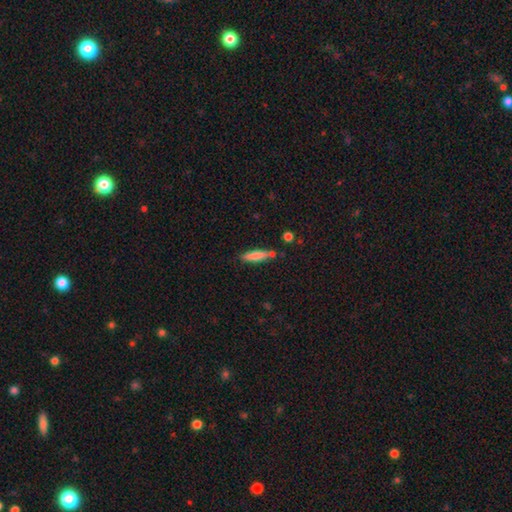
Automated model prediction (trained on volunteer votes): This is likely a smooth galaxy (78%). How rounded: clearly cigar-shaped (82%). Merging: likely none (74%).